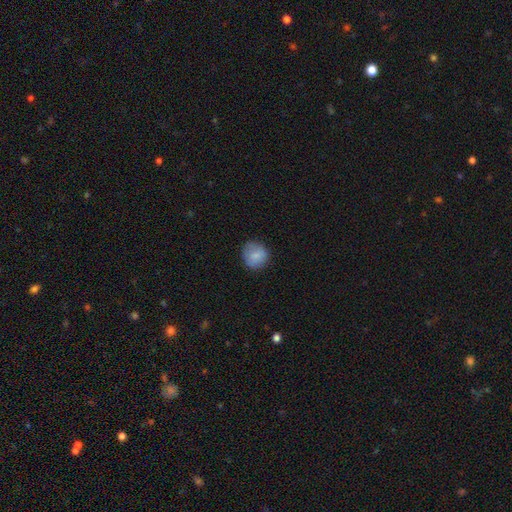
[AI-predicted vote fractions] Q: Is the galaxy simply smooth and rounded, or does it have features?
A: smooth — 82%.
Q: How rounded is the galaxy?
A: round — 83%.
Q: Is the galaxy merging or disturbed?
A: none — 78%.